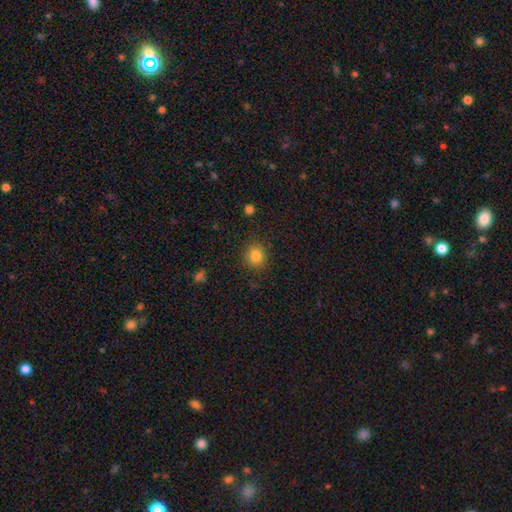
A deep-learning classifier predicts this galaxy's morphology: A smooth galaxy with no disk features (84%) that is round (85%). Merging: none (88%).